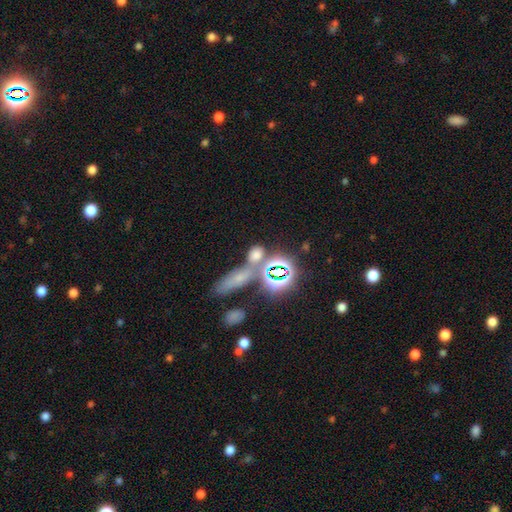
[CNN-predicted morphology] Smooth or featured?
  - smooth: 57% *
  - star or artifact: 33%
  - featured or disk: 10%
How rounded?
  - in between: 48% *
  - round: 39%
  - cigar-shaped: 13%
Merging?
  - none: 57% *
  - merger: 27%
  - minor disturbance: 10%
  - major disturbance: 6%